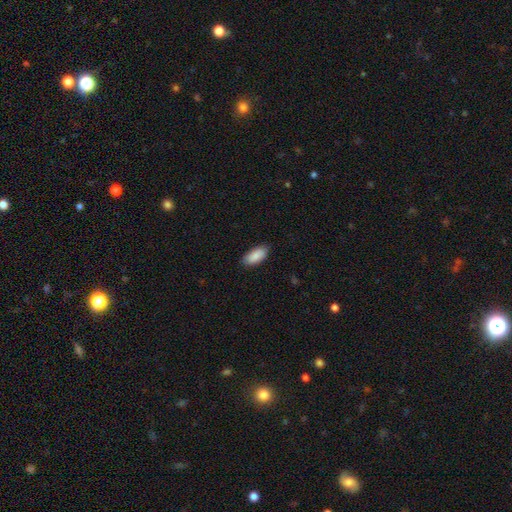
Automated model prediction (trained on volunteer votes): Morphology: type=smooth (89%); roundness=in between (90%); merging=none (87%).